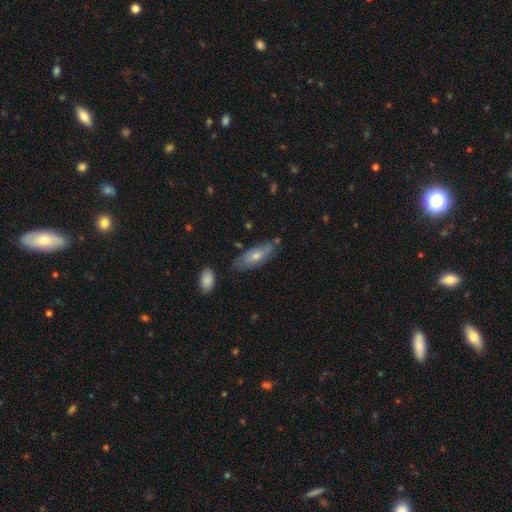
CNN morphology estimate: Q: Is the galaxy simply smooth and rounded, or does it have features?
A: smooth — 61%.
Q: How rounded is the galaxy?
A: in between — 68%.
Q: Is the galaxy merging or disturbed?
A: none — 67%.